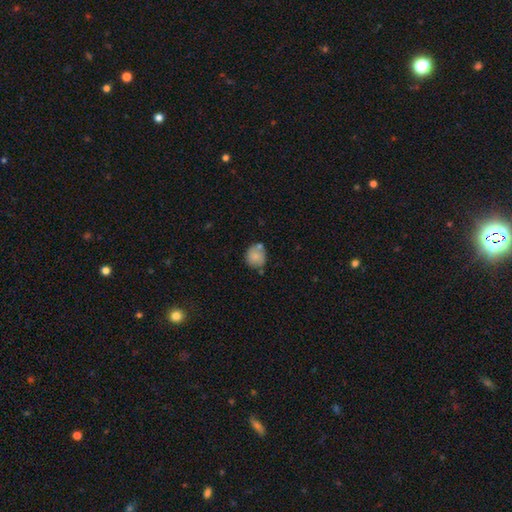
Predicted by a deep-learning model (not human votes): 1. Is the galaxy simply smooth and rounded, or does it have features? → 78% smooth, 14% featured or disk, 8% star or artifact.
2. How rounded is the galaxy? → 78% round, 21% in between, 1% cigar-shaped.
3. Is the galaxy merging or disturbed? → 58% none, 20% minor disturbance, 17% merger, 5% major disturbance.